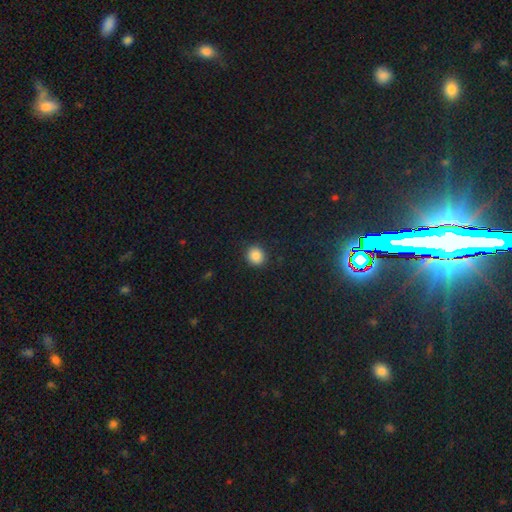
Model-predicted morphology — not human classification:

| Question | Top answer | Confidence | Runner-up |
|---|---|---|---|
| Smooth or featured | smooth | 85% | star or artifact (10%) |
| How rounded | round | 84% | in between (15%) |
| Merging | none | 91% | minor disturbance (6%) |